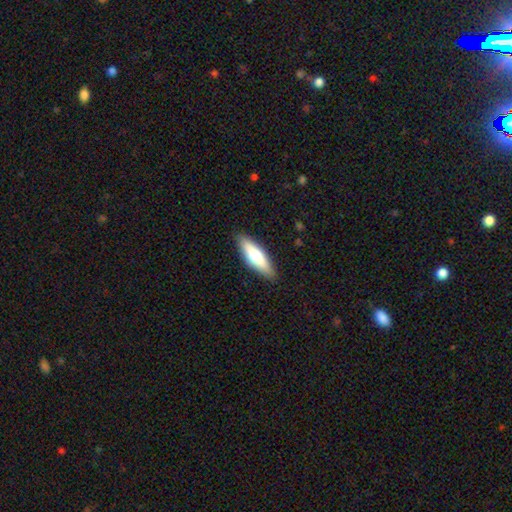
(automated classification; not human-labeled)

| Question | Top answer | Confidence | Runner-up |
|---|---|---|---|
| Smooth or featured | smooth | 66% | featured or disk (28%) |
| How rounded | cigar-shaped | 53% | in between (45%) |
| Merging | none | 88% | minor disturbance (9%) |